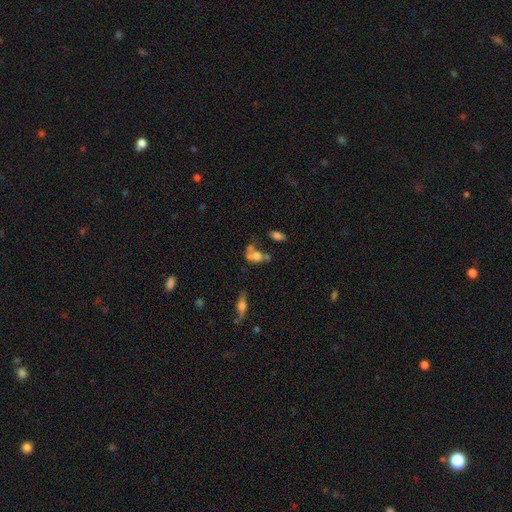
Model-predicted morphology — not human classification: This appears to be a smooth galaxy with no disk features (54%) that is in between round and cigar-shaped (73%). Merging: merger (33%).